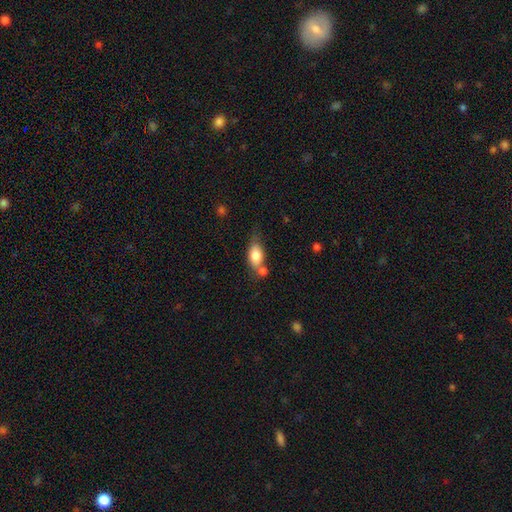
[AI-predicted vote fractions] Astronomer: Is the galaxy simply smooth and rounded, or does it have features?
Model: smooth — 78%.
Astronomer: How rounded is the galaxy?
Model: in between — 84%.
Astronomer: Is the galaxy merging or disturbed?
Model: none — 43% (runner-up: merger, 30%).